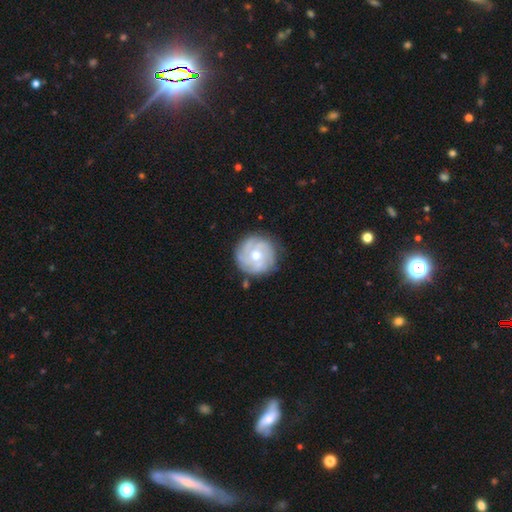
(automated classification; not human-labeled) Smooth or featured? featured or disk (72%)
Edge-on disk? no (98%)
Bar? no (76%)
Spiral arms? yes (87%)
Spiral winding? tight (66%)
Spiral arm count? can't tell (34%)
Bulge size? moderate (79%)
Merging? none (82%)